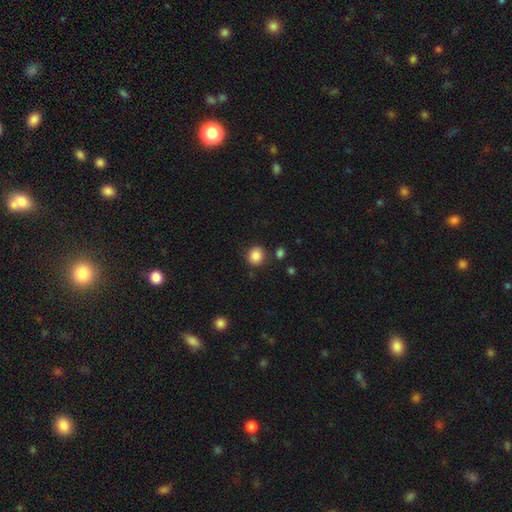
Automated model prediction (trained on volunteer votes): Smooth or featured? Predicted: smooth (p=0.87). How rounded? Predicted: round (p=0.85). Merging? Predicted: none (p=0.84).